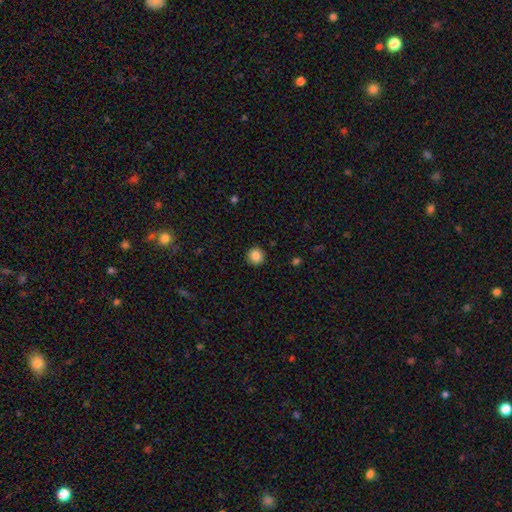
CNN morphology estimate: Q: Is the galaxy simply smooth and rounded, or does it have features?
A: smooth — 86%.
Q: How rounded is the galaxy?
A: round — 93%.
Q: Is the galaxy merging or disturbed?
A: none — 92%.